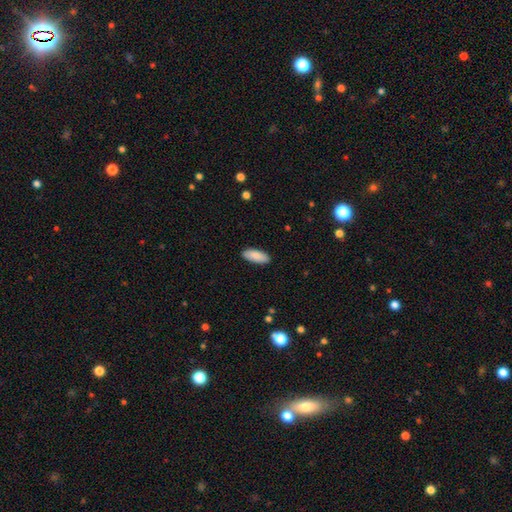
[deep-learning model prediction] smooth 88%, featured or disk 7%, star or artifact 6%. Down the decision tree: how rounded — in between (82%); merging — none (89%).